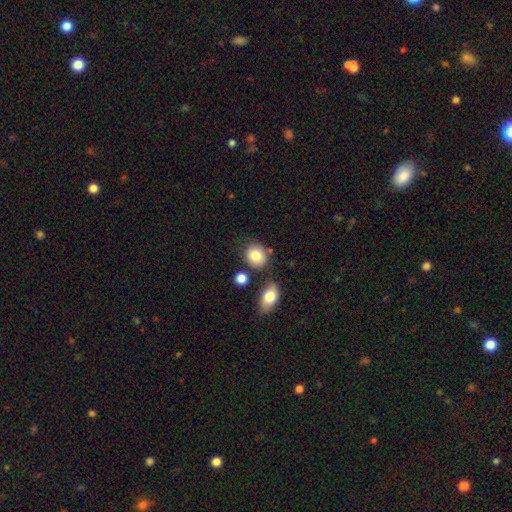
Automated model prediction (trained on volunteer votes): Morphology: type=smooth (84%); roundness=round (59%); merging=none (71%).